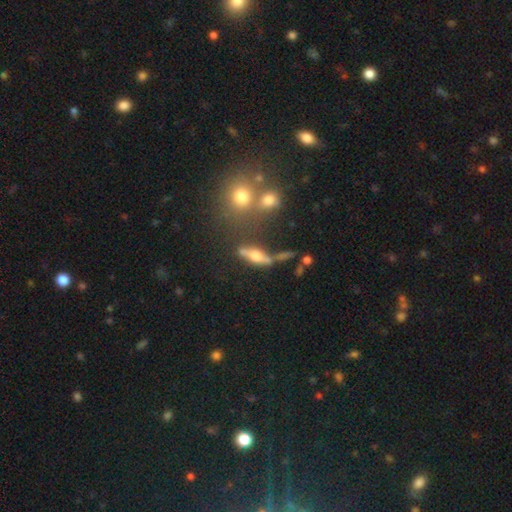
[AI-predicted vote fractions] This is possibly a featured or disk galaxy (50%). Merging: possibly none (52%).